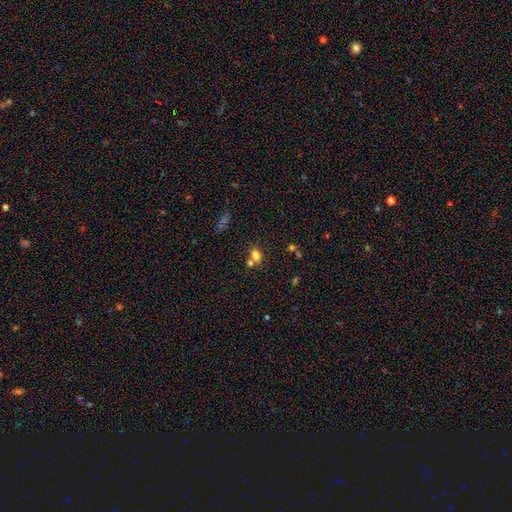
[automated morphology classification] smooth_or_featured: smooth (p=0.76) [alt: star or artifact p=0.15]
how_rounded: in between (p=0.58) [alt: round p=0.40]
merging: none (p=0.48) [alt: merger p=0.37]